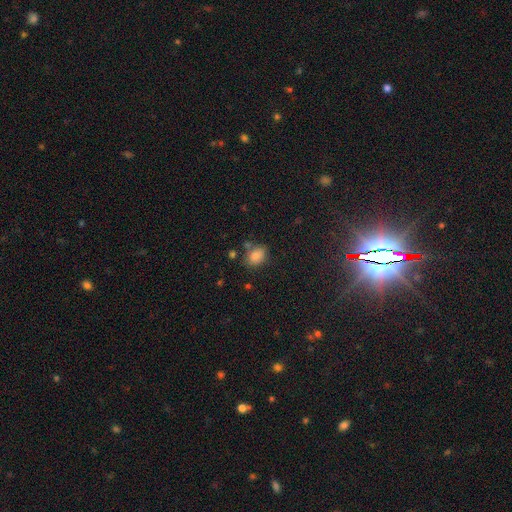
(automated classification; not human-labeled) Q: Smooth or featured?
A: smooth (83%); runner-up: star or artifact (10%)
Q: How rounded?
A: in between (66%); runner-up: round (32%)
Q: Merging?
A: none (71%); runner-up: minor disturbance (16%)